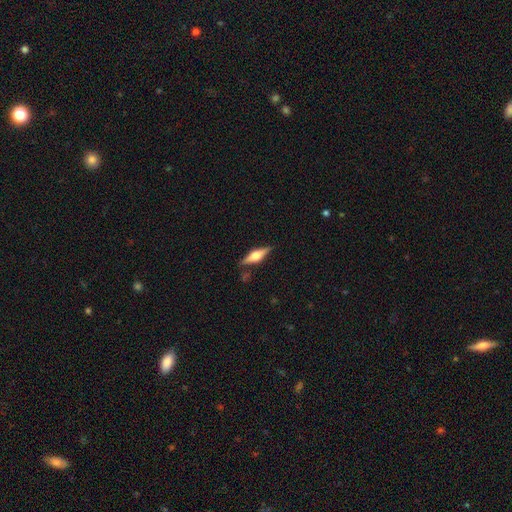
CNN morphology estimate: A featured or disk galaxy (69%) viewed edge-on (97%) with a rounded central bulge (91%). Merging: none (84%).